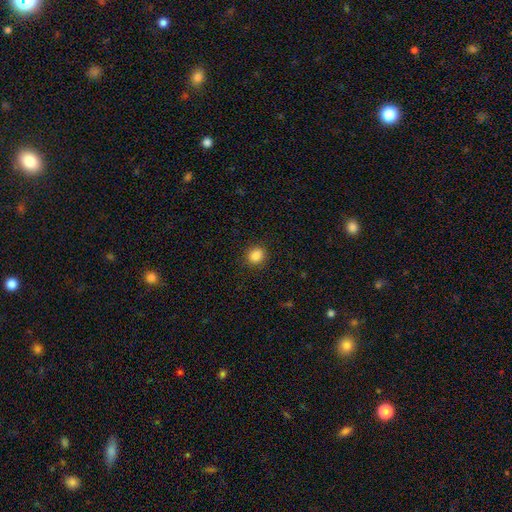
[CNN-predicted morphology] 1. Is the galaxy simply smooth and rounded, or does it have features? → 86% smooth, 10% star or artifact, 4% featured or disk.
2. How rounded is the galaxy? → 71% round, 28% in between, 1% cigar-shaped.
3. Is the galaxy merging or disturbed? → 88% none, 8% minor disturbance, 2% major disturbance, 1% merger.